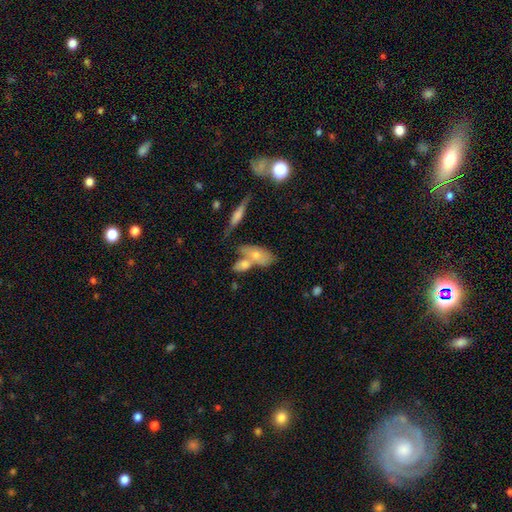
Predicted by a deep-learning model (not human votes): The model was most divided on "merging": merger: 54%, none: 29%, minor disturbance: 11%, major disturbance: 5%. More confident: how rounded — in between (80%); smooth or featured — smooth (63%).